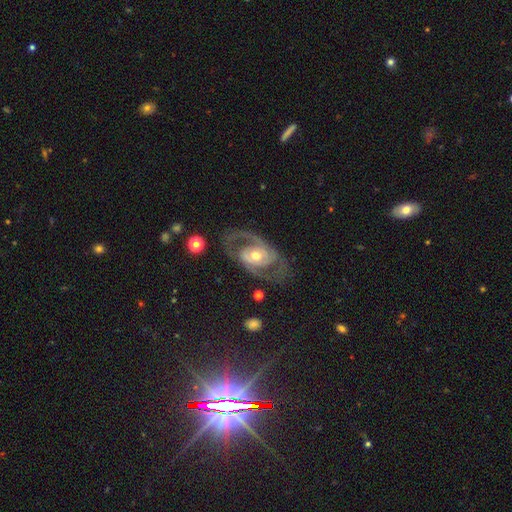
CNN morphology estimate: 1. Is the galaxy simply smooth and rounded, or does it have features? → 86% featured or disk, 9% smooth, 5% star or artifact.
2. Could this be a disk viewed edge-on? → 95% no, 5% yes.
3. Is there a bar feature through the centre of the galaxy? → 57% no, 29% weak, 13% strong.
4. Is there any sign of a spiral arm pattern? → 89% yes, 11% no.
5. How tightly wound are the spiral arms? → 51% medium, 32% tight, 17% loose.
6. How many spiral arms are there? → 84% 2, 7% can't tell, 3% 3, 3% 1, 1% 4, 1% more than 4.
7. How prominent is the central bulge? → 71% moderate, 19% small, 8% large, 1% dominant, 1% none.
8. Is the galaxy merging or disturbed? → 71% none, 15% minor disturbance, 12% major disturbance, 2% merger.